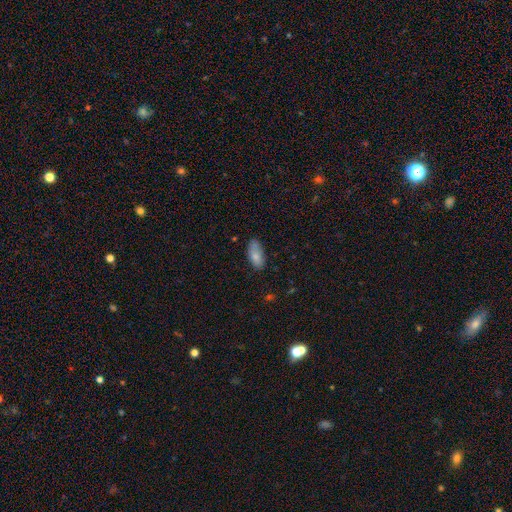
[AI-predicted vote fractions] Smooth or featured? smooth (82%)
How rounded? in between (89%)
Merging? none (71%)